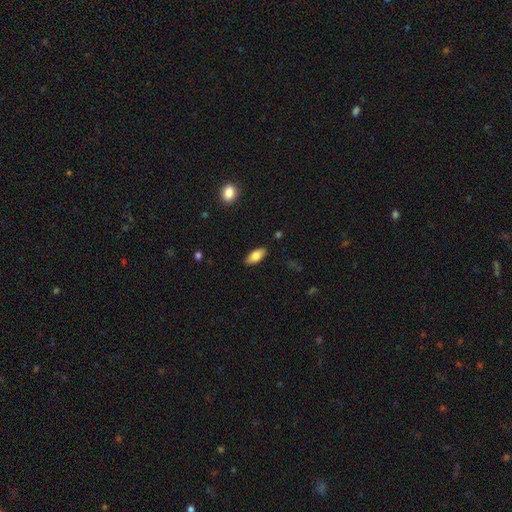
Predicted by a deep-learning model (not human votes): smooth 79%, featured or disk 14%, star or artifact 7%. Down the decision tree: how rounded — in between (89%); merging — none (87%).